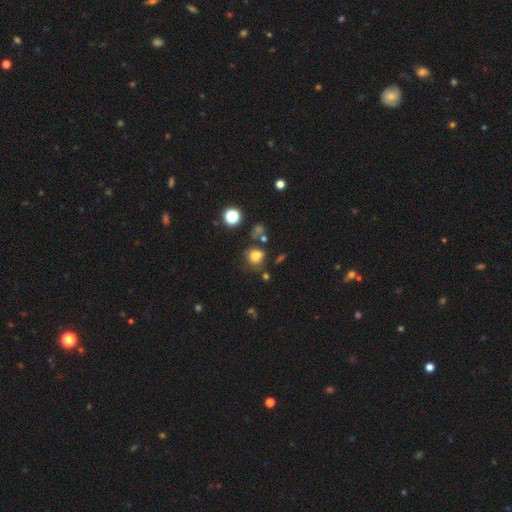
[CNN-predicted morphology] Overall: smooth (71%). How rounded: round (62%; in between 37%). Merging: none (55%; minor disturbance 21%).